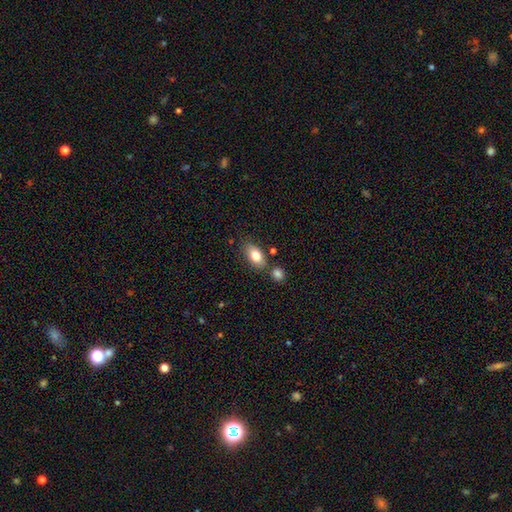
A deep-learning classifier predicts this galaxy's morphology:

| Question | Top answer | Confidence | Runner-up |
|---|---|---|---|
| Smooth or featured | smooth | 80% | featured or disk (12%) |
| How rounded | in between | 89% | round (7%) |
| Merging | none | 70% | merger (13%) |